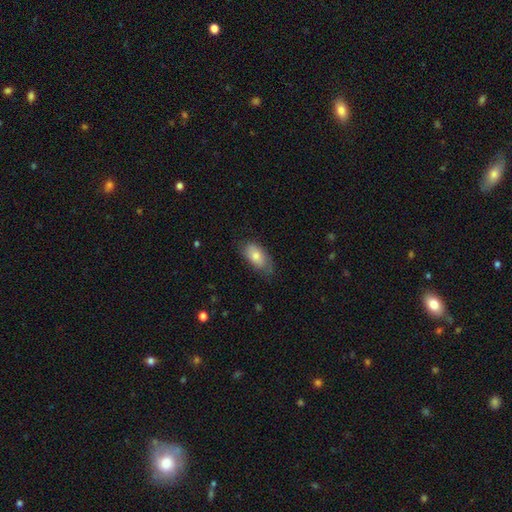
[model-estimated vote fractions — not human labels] This appears to be a smooth galaxy with no disk features (70%) that is in between round and cigar-shaped (91%). Merging: none (63%).